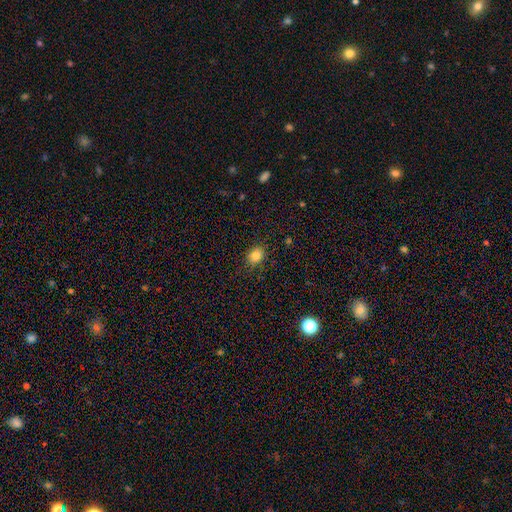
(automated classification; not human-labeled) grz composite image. It shows a smooth galaxy with no disk features (84%) that is round (52%). Merging: none (84%).